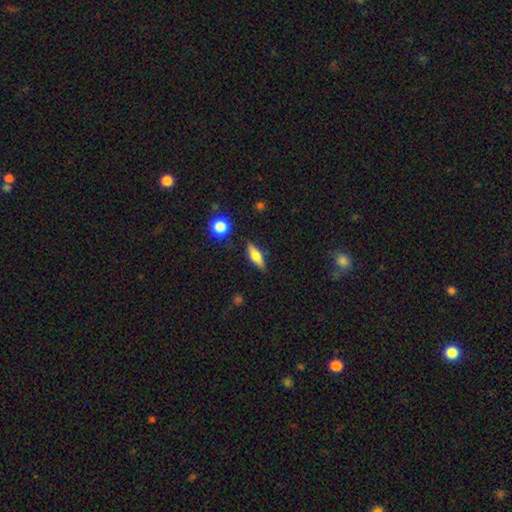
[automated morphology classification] type=smooth (51%); roundness=cigar-shaped (52%); merging=none (84%).